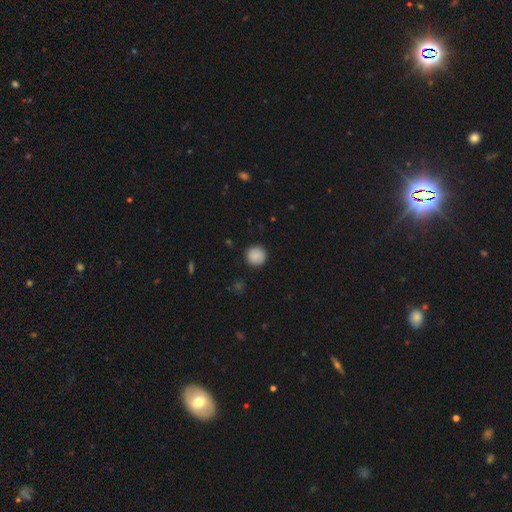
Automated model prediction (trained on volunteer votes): The model was most divided on "smooth or featured": smooth: 87%, star or artifact: 8%, featured or disk: 6%. More confident: how rounded — round (94%); merging — none (90%).